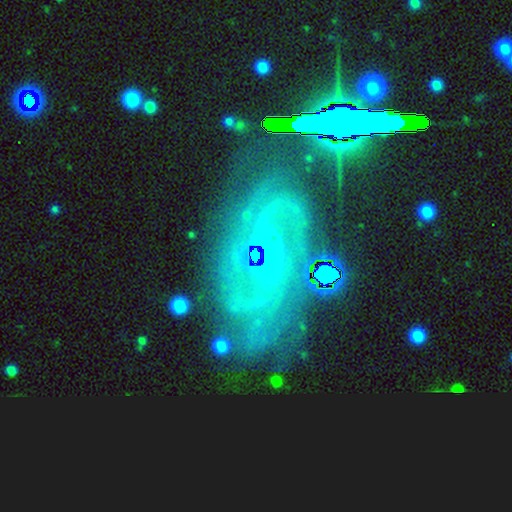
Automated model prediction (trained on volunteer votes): This appears to be a featured or disk galaxy (84%) with a weak bar (47%), 2 (52%) medium (44%) spiral arms (95%) and a small central bulge (76%). Merging: none (65%).